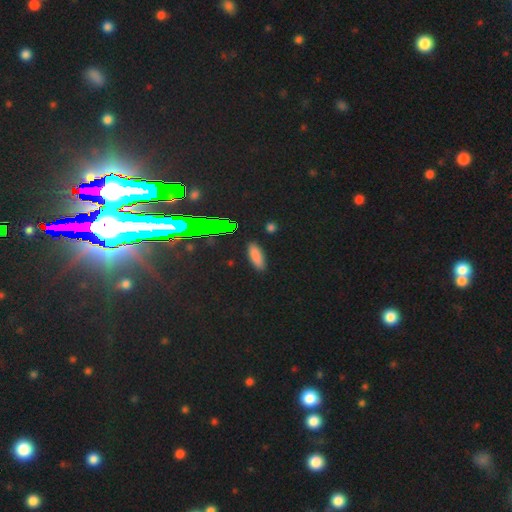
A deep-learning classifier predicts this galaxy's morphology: This appears to be a smooth galaxy with no disk features (77%) that is in between round and cigar-shaped (65%). Merging: none (88%).